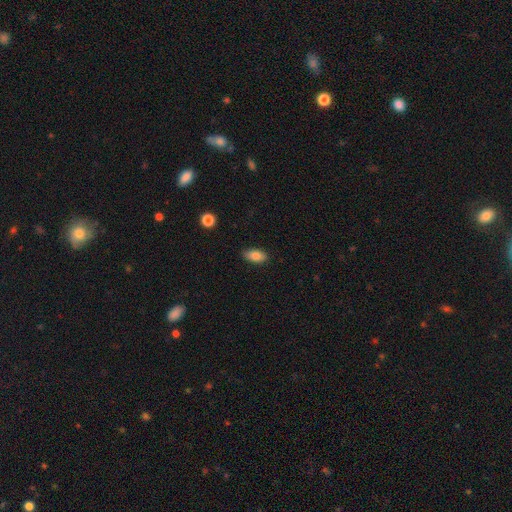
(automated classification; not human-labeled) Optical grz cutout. It shows a smooth galaxy with no disk features (85%) that is in between round and cigar-shaped (91%). Merging: none (87%).